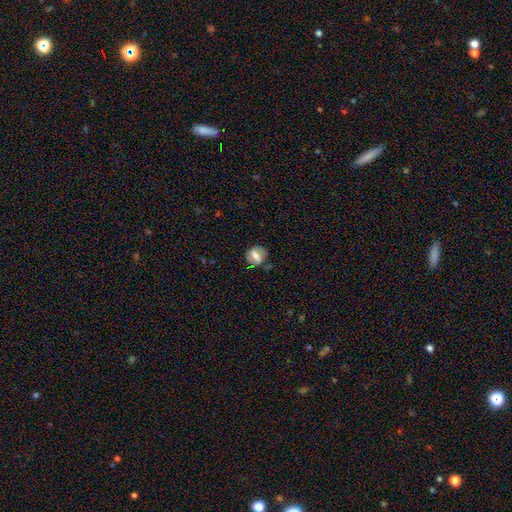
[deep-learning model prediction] Smooth or featured?
  - smooth: 48% *
  - featured or disk: 42%
  - star or artifact: 10%
Merging?
  - none: 64% *
  - minor disturbance: 22%
  - major disturbance: 10%
  - merger: 4%